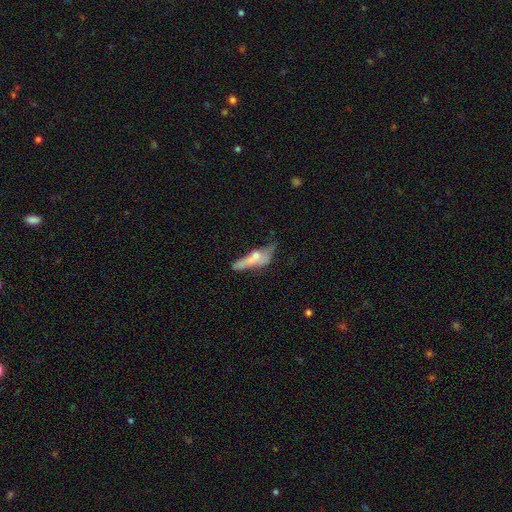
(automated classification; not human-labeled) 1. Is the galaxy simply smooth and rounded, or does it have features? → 45% featured or disk (tied), 45% smooth (tied), 10% star or artifact.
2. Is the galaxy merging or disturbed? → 33% none, 27% major disturbance, 26% minor disturbance, 14% merger.